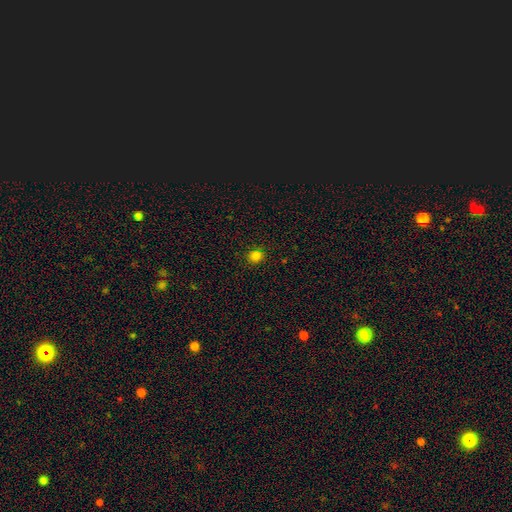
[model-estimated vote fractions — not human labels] A smooth galaxy with no disk features (81%) that is round (89%). Merging: none (90%).